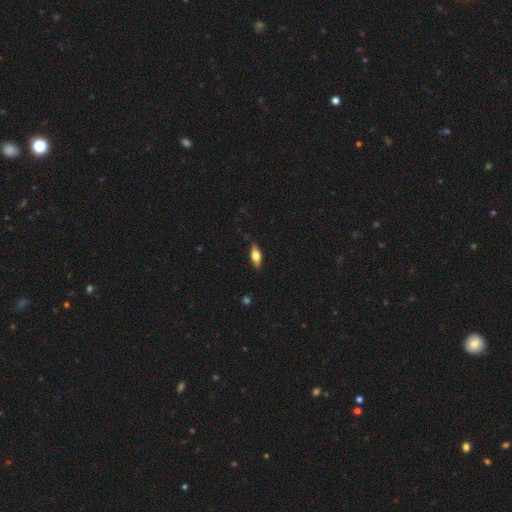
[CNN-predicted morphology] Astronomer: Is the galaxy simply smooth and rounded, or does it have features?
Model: smooth — 60%.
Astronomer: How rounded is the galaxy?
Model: in between — 73%.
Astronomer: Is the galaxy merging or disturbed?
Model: none — 86%.